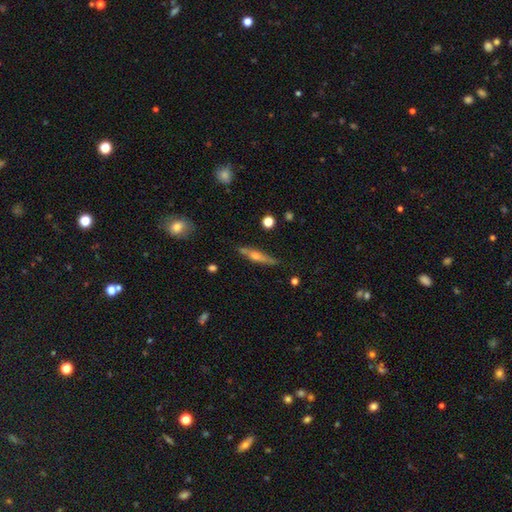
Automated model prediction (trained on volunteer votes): Morphology: type=featured or disk (64%); edge-on=yes (93%); edge-on bulge=rounded (86%); merging=none (80%).